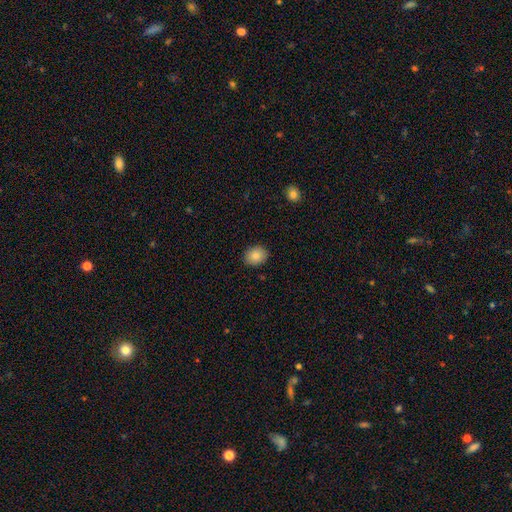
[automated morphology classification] smooth-or-featured: smooth: 85% | star or artifact: 8% | featured or disk: 7%
  how-rounded: round: 53% | in between: 46% | cigar-shaped: 1%
  merging: none: 89% | minor disturbance: 8% | major disturbance: 2% | merger: 1%